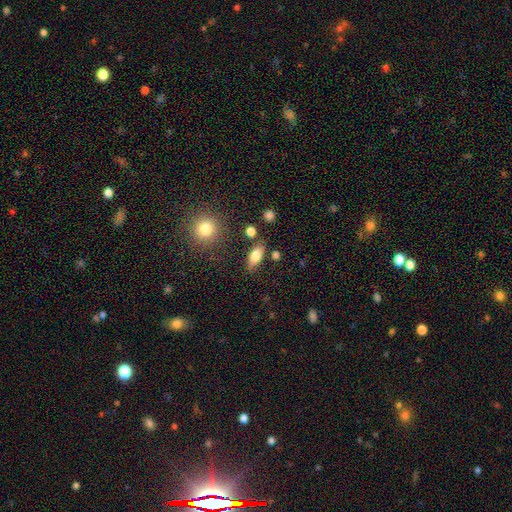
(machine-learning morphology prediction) smooth_or_featured: smooth (p=0.74) [alt: featured or disk p=0.18]
how_rounded: in between (p=0.80) [alt: cigar-shaped p=0.16]
merging: none (p=0.78) [alt: minor disturbance p=0.13]